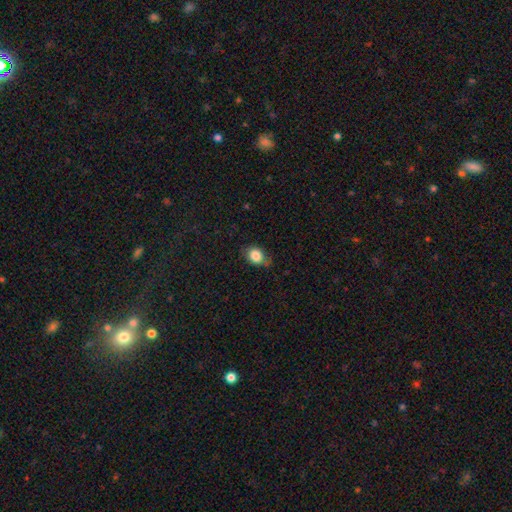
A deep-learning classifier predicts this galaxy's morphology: Smooth or featured: smooth — 83% (star or artifact — 9%)
How rounded: in between — 60% (round — 38%)
Merging: none — 66% (minor disturbance — 26%)